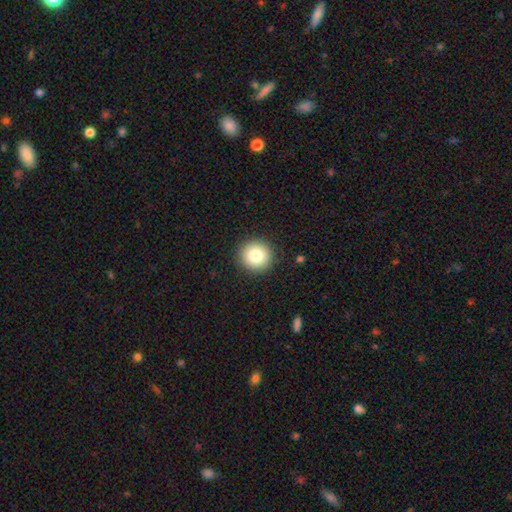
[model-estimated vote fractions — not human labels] smooth 81%, star or artifact 10%, featured or disk 9%. Down the decision tree: how rounded — round (94%); merging — none (91%).